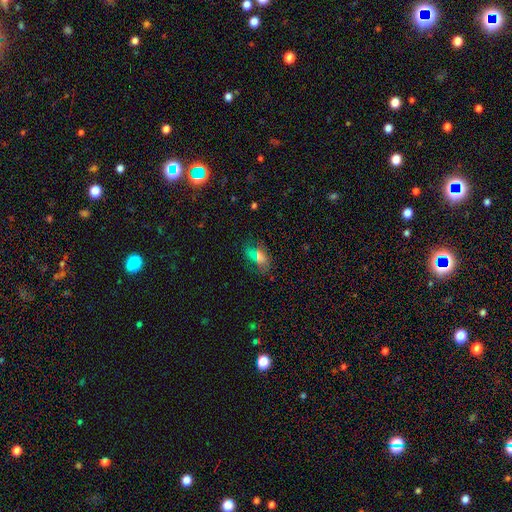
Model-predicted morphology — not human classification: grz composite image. It shows a smooth galaxy with no disk features (52%) that is in between round and cigar-shaped (81%). Merging: none (67%).